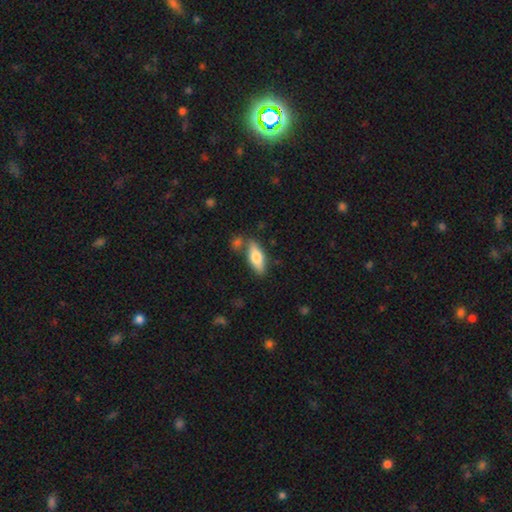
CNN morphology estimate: A smooth galaxy with no disk features (62%) that is in between round and cigar-shaped (61%). Merging: none (74%).